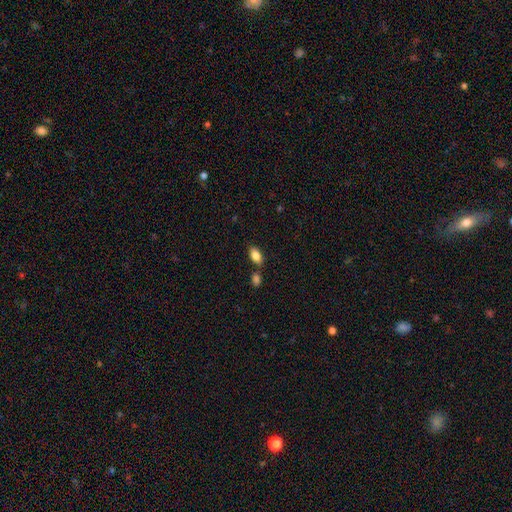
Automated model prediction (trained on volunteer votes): Overall: smooth (84%). How rounded: in between (91%). Merging: none (75%).